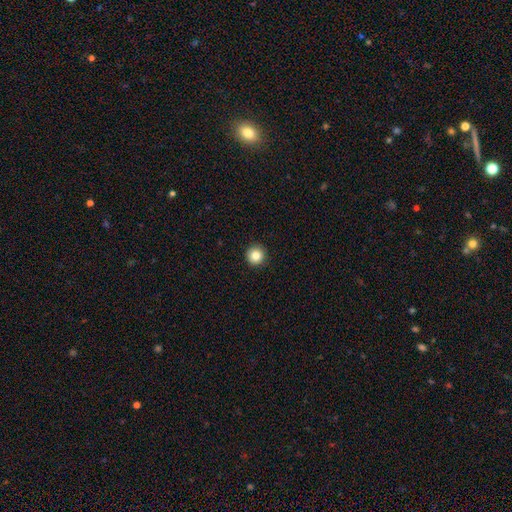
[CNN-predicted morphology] Smooth or featured? smooth (84%)
How rounded? round (96%)
Merging? none (93%)